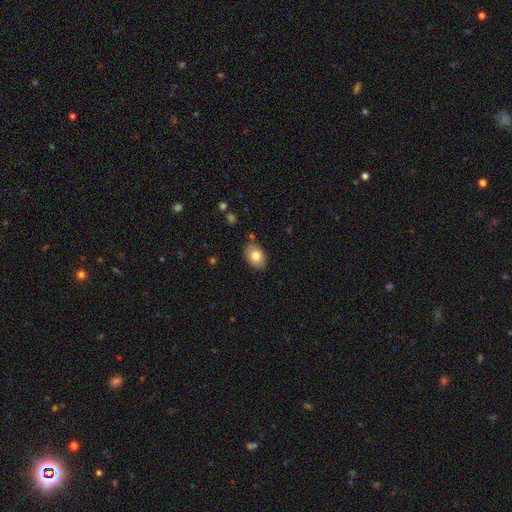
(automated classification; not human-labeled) A smooth galaxy with no disk features (81%) that is in between round and cigar-shaped (82%). Merging: none (83%).